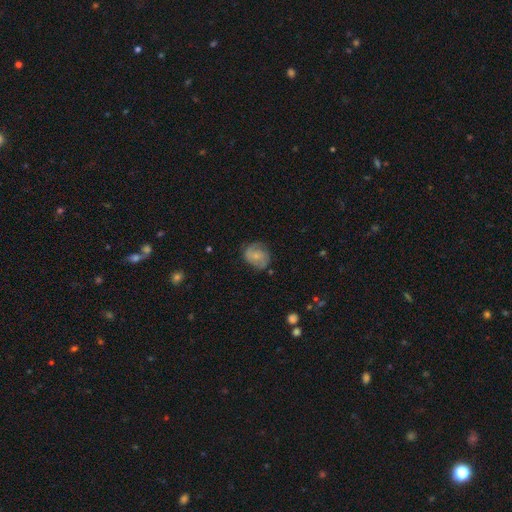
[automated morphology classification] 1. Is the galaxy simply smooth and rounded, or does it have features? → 48% featured or disk, 45% smooth, 8% star or artifact.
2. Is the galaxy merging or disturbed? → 63% none, 25% minor disturbance, 10% major disturbance, 2% merger.